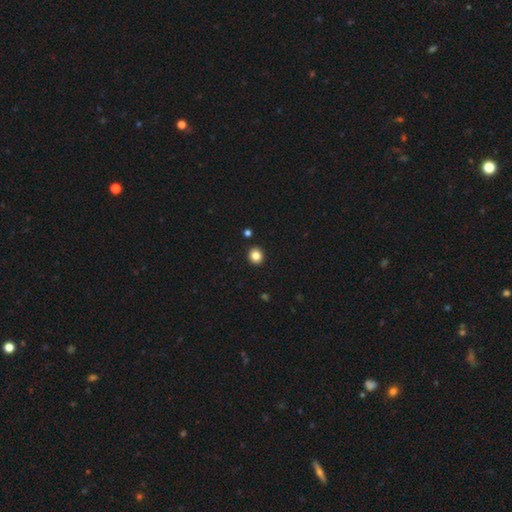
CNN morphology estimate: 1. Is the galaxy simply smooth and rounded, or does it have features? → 84% smooth, 11% star or artifact, 5% featured or disk.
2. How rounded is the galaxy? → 81% round, 18% in between, 1% cigar-shaped.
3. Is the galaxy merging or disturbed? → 92% none, 5% minor disturbance, 2% merger, 2% major disturbance.